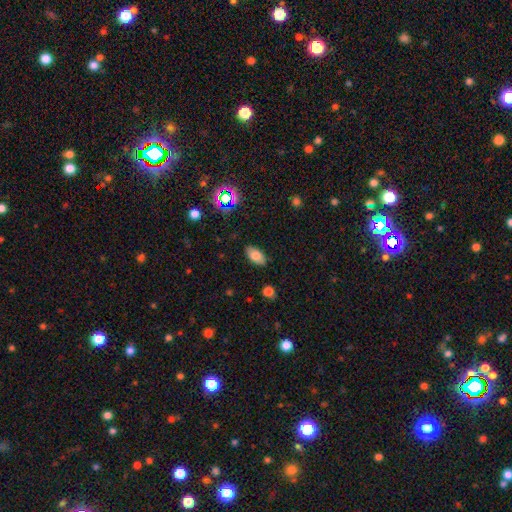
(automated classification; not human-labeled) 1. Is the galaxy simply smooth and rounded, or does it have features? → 76% smooth, 13% featured or disk, 10% star or artifact.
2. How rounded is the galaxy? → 92% in between, 4% round, 3% cigar-shaped.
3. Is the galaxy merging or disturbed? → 86% none, 11% minor disturbance, 2% major disturbance, 1% merger.